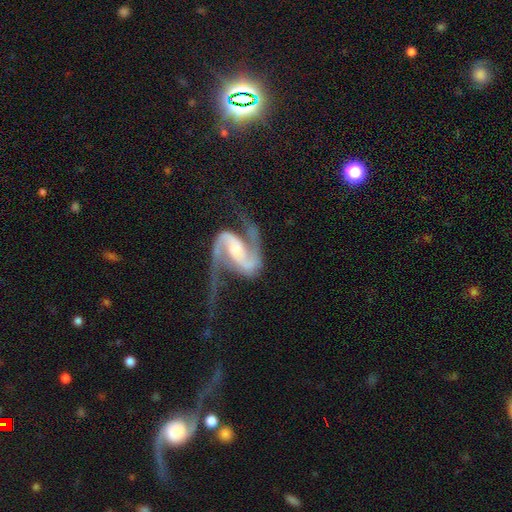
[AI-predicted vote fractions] Smooth or featured?
  - featured or disk: 87% *
  - star or artifact: 9%
  - smooth: 5%
Edge-on disk?
  - no: 95% *
  - yes: 5%
Bar?
  - strong: 43% *
  - weak: 38%
  - no: 19%
Spiral arms?
  - yes: 96% *
  - no: 4%
Spiral winding?
  - loose: 59% *
  - medium: 32%
  - tight: 10%
Spiral arm count?
  - 2: 89% *
  - 1: 4%
  - can't tell: 3%
  - 3: 1%
  - 4: 1%
  - more than 4: 1%
Bulge size?
  - small: 49% *
  - moderate: 36%
  - none: 7%
  - large: 5%
  - dominant: 2%
Merging?
  - none: 42% *
  - major disturbance: 30%
  - minor disturbance: 15%
  - merger: 13%